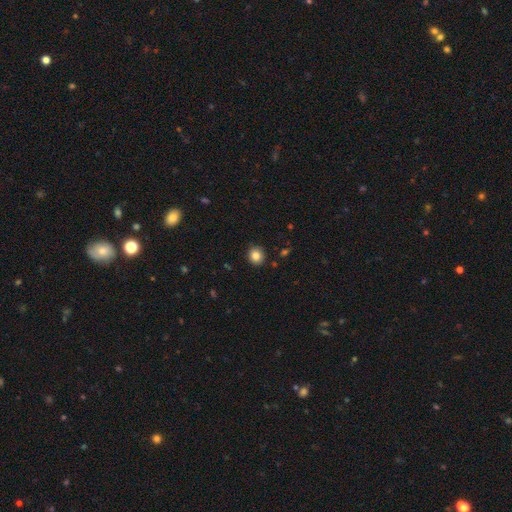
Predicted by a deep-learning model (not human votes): Q: Smooth or featured?
A: smooth (84%); runner-up: star or artifact (10%)
Q: How rounded?
A: round (85%); runner-up: in between (14%)
Q: Merging?
A: none (90%); runner-up: minor disturbance (7%)